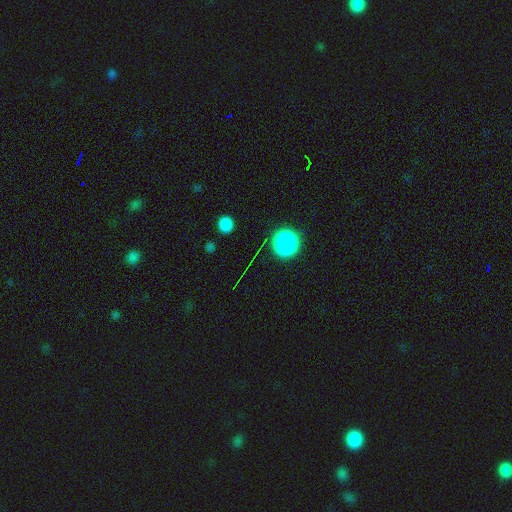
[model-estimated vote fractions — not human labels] star or artifact 66%, smooth 27%, featured or disk 7%.